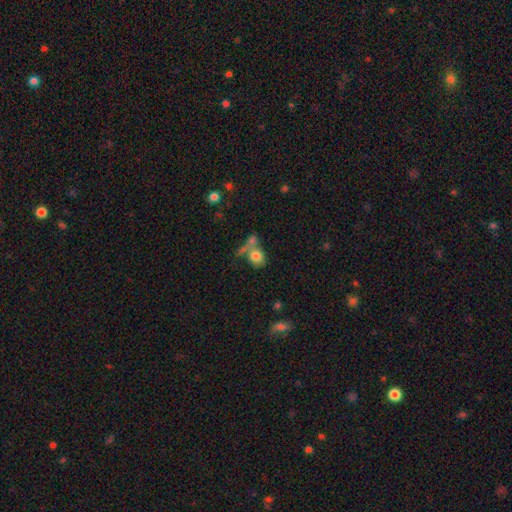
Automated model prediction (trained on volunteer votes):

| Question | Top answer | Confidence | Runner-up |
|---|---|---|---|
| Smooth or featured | smooth | 76% | featured or disk (14%) |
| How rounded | round | 50% | in between (48%) |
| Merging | merger | 42% | none (35%) |